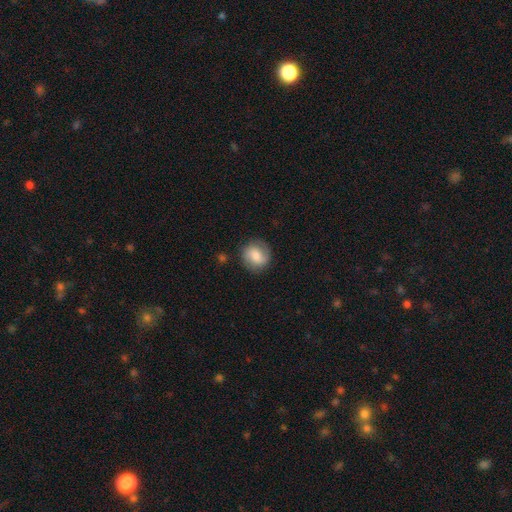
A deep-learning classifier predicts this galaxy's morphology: This appears to be a smooth galaxy with no disk features (63%) that is round (85%). Merging: none (82%).